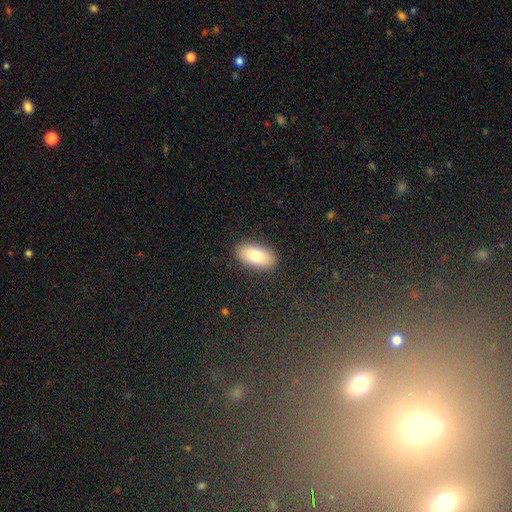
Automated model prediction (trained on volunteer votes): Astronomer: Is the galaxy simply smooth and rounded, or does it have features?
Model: smooth — 82%.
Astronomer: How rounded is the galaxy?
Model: in between — 93%.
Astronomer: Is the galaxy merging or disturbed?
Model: none — 88%.